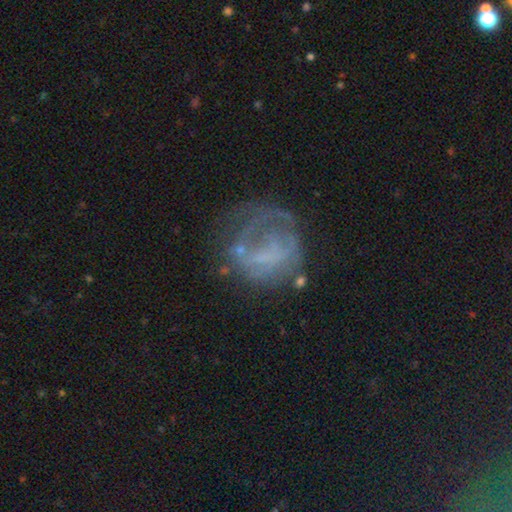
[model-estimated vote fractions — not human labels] featured or disk 54%, smooth 29%, star or artifact 17%. Down the decision tree: edge-on disk — no (97%); bar — no (72%); spiral arms — no (73%); bulge size — none (67%); merging — none (45%).